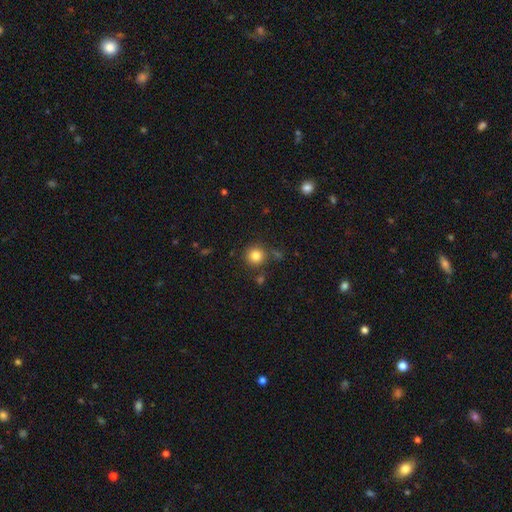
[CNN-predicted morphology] Smooth or featured? smooth (82%)
How rounded? round (93%)
Merging? none (83%)